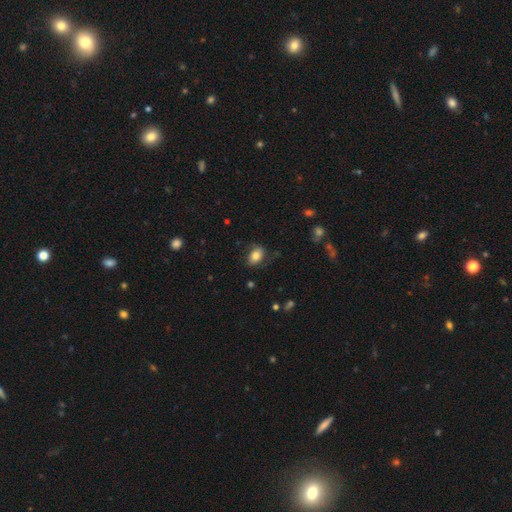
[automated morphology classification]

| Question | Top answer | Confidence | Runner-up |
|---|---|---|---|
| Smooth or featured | smooth | 78% | featured or disk (14%) |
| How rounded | in between | 85% | round (13%) |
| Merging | none | 72% | minor disturbance (19%) |